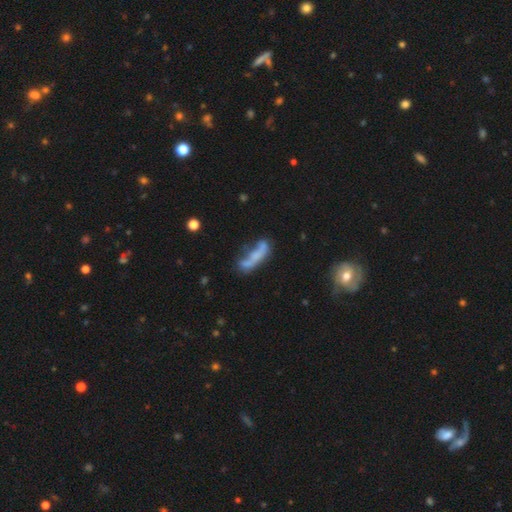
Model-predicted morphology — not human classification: Smooth or featured? Predicted: smooth (p=0.50). How rounded? Predicted: cigar-shaped (p=0.58). Merging? Predicted: none (p=0.31).